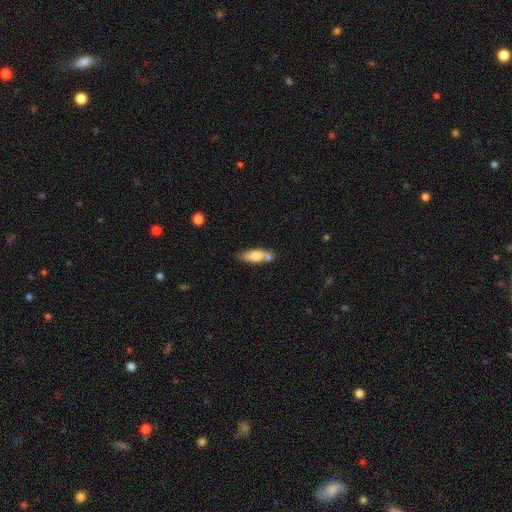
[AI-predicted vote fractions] Overall: smooth (74%). How rounded: in between (58%; cigar-shaped 39%). Merging: none (57%; merger 21%).